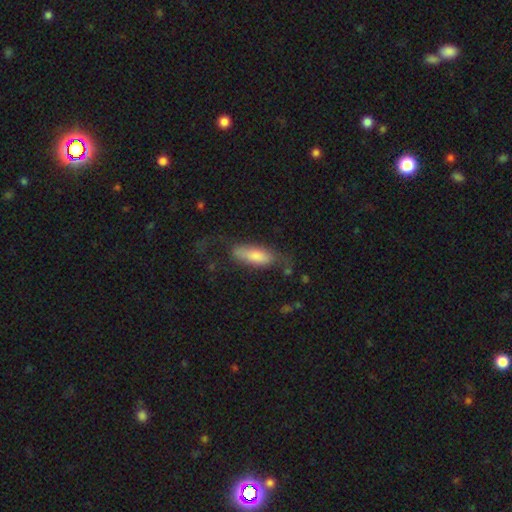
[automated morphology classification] Q: Smooth or featured?
A: smooth (70%); runner-up: featured or disk (24%)
Q: How rounded?
A: in between (64%); runner-up: cigar-shaped (33%)
Q: Merging?
A: none (49%); runner-up: minor disturbance (28%)